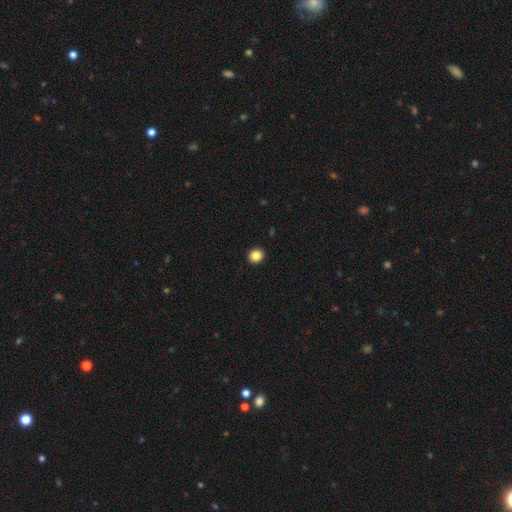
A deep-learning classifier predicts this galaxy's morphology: Q: Smooth or featured?
A: smooth (86%); runner-up: star or artifact (10%)
Q: How rounded?
A: round (89%); runner-up: in between (11%)
Q: Merging?
A: none (93%); runner-up: minor disturbance (4%)